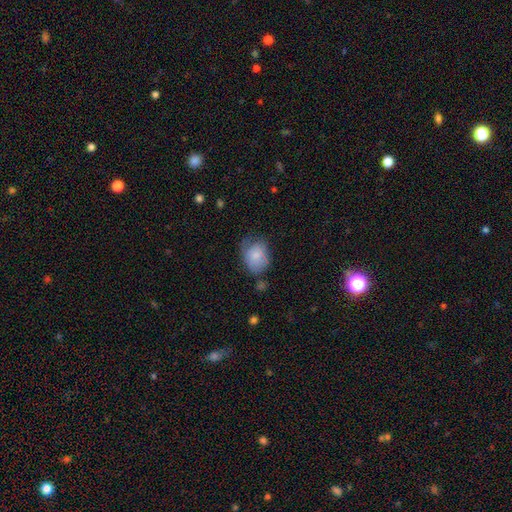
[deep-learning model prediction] The model was most divided on "how rounded": in between: 54%, round: 45%, cigar-shaped: 1%. Remaining: smooth or featured — smooth (78%); merging — none (46%).